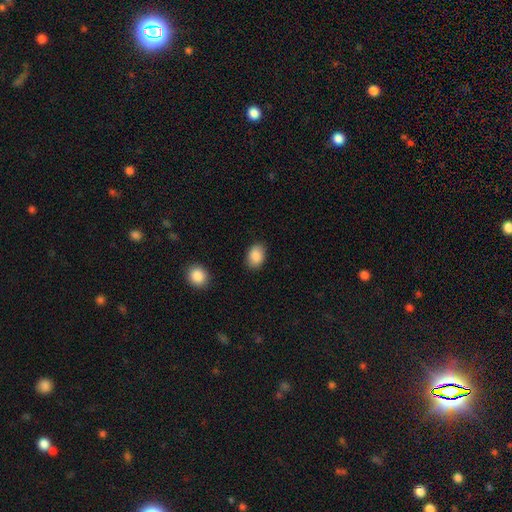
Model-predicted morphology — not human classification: Smooth or featured? Predicted: smooth (p=0.89). How rounded? Predicted: in between (p=0.80). Merging? Predicted: none (p=0.85).